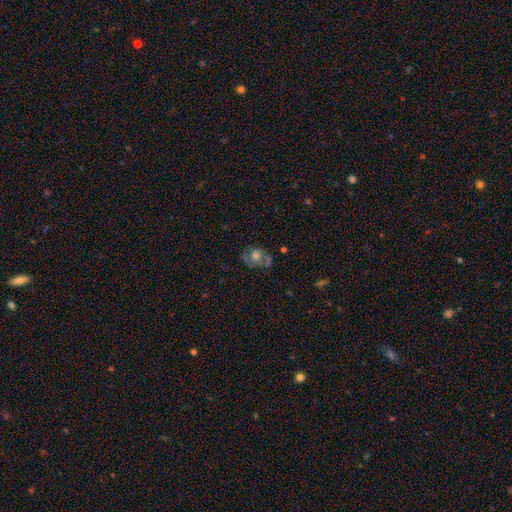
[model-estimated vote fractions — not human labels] The model was most divided on "smooth or featured": featured or disk: 44%, smooth: 43%, star or artifact: 13%. Remaining: merging — none (45%).